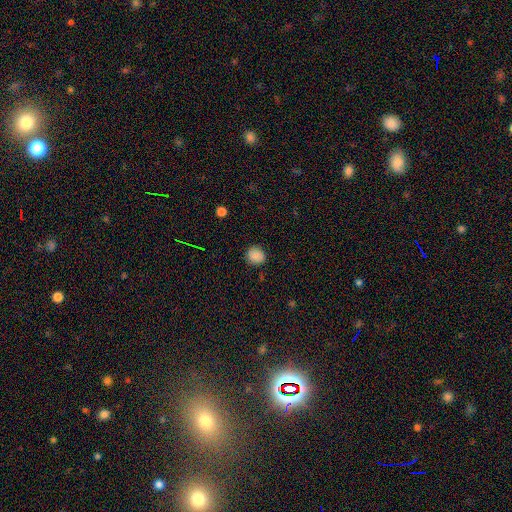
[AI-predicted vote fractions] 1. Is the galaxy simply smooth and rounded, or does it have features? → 86% smooth, 10% star or artifact, 3% featured or disk.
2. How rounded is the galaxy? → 84% round, 15% in between, 1% cigar-shaped.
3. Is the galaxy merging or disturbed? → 87% none, 10% minor disturbance, 2% major disturbance, 1% merger.